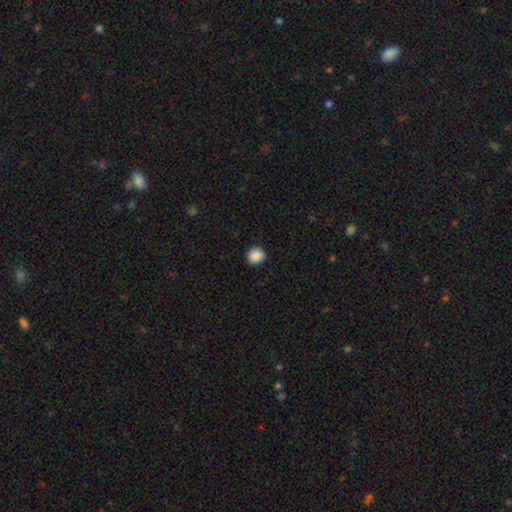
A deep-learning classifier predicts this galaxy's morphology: Overall: smooth (88%). How rounded: round (92%). Merging: none (91%).